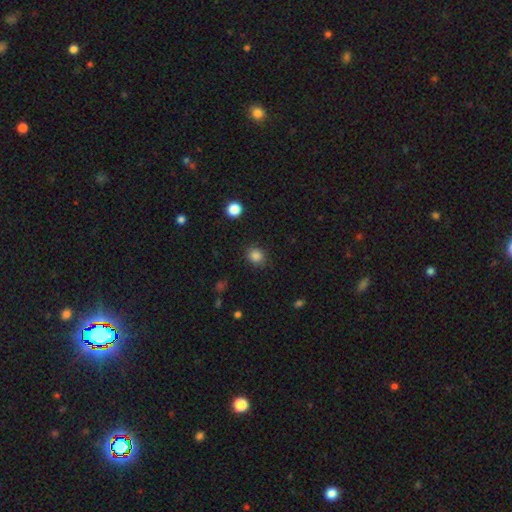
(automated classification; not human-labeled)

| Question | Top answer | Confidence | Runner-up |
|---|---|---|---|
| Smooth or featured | smooth | 85% | star or artifact (11%) |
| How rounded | round | 78% | in between (21%) |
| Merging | none | 86% | minor disturbance (9%) |